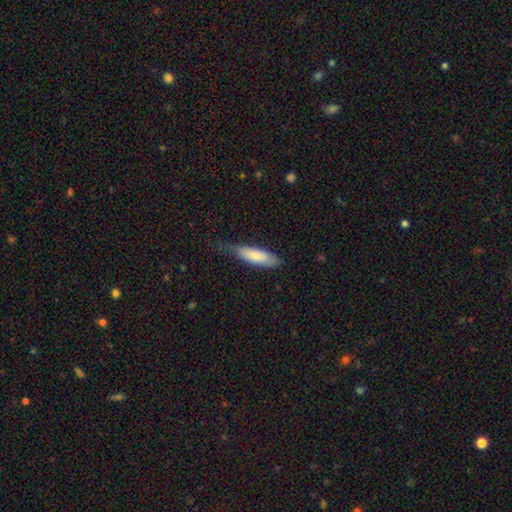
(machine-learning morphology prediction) Smooth or featured: smooth — 80% (featured or disk — 15%)
How rounded: cigar-shaped — 52% (in between — 46%)
Merging: none — 65% (minor disturbance — 27%)